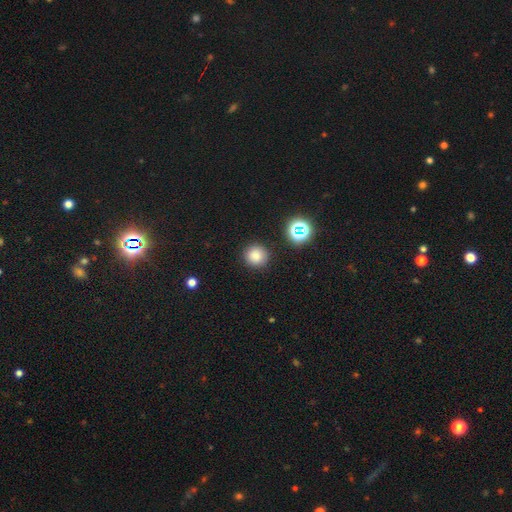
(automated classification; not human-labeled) Smooth or featured? Predicted: smooth (p=0.80). How rounded? Predicted: round (p=0.93). Merging? Predicted: none (p=0.89).